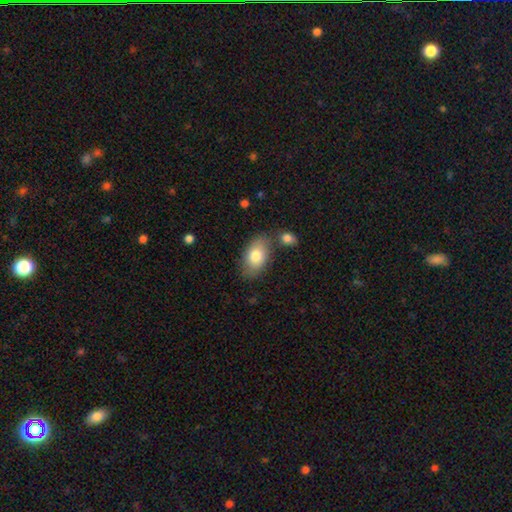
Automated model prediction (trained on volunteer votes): This is likely a smooth galaxy (79%). How rounded: clearly in between (90%). Merging: likely none (72%).